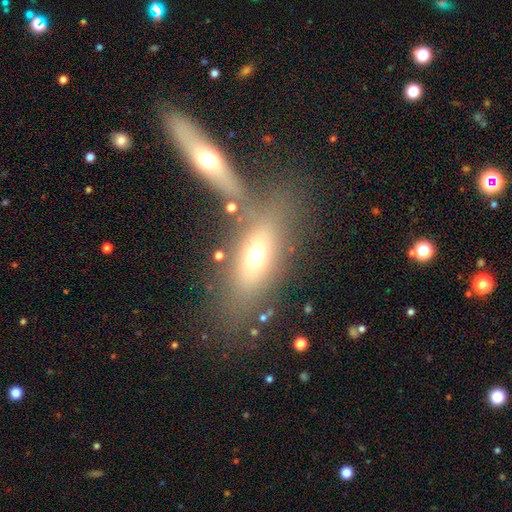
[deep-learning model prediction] Overall: smooth (61%; featured or disk 26%). How rounded: in between (70%). Merging: none (54%; merger 24%).